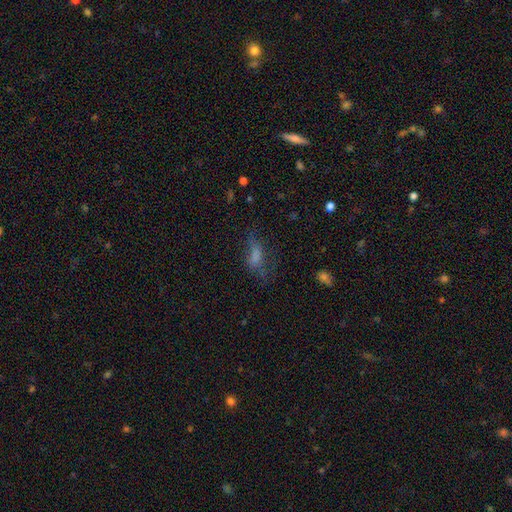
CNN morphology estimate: smooth-or-featured: smooth: 48% | featured or disk: 28% | star or artifact: 24%
  merging: none: 46% | major disturbance: 28% | minor disturbance: 23% | merger: 3%